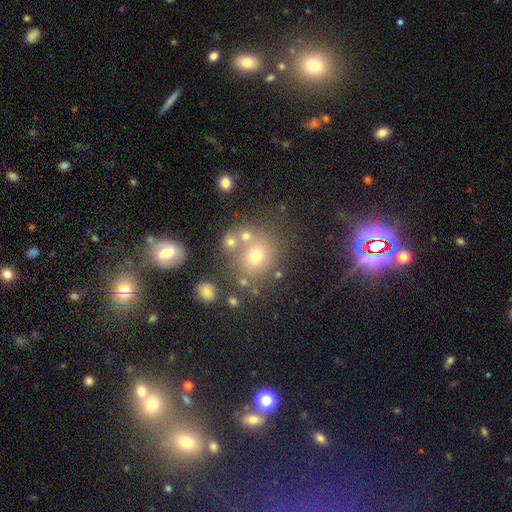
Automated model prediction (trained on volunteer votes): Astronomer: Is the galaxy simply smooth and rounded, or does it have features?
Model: smooth — 66%.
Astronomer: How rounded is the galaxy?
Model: round — 77%.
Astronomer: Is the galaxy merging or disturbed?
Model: none — 65%.